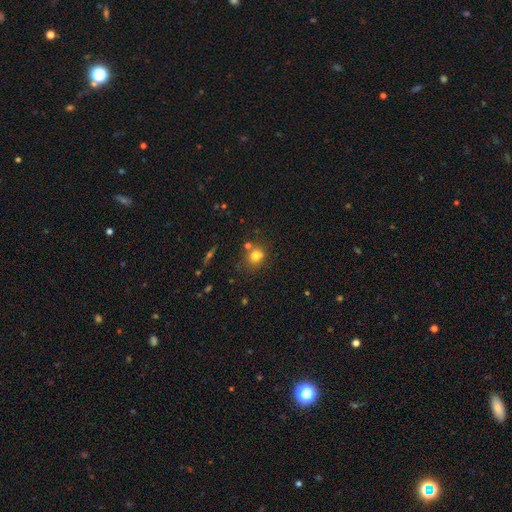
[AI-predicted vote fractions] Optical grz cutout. It shows a smooth galaxy with no disk features (75%) that is round (73%). Merging: none (65%).